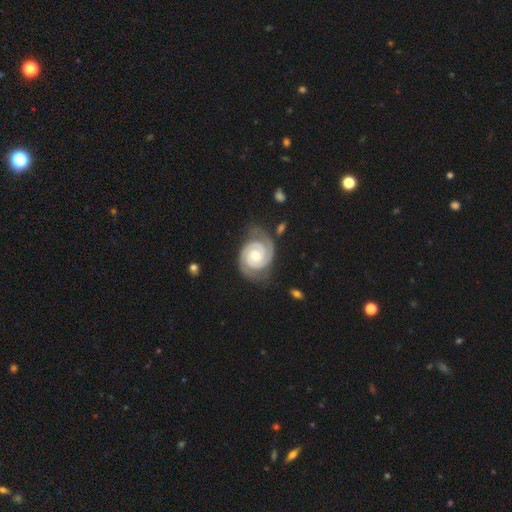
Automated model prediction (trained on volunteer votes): smooth_or_featured: featured or disk (p=0.93) [alt: smooth p=0.04]
disk_edge_on: no (p=0.98) [alt: yes p=0.02]
bar: no (p=0.69) [alt: weak p=0.23]
has_spiral_arms: yes (p=0.99) [alt: no p=0.01]
spiral_winding: tight (p=0.77) [alt: medium p=0.21]
spiral_arm_count: 2 (p=0.91) [alt: 3 p=0.03]
bulge_size: moderate (p=0.65) [alt: small p=0.29]
merging: none (p=0.79) [alt: minor disturbance p=0.15]